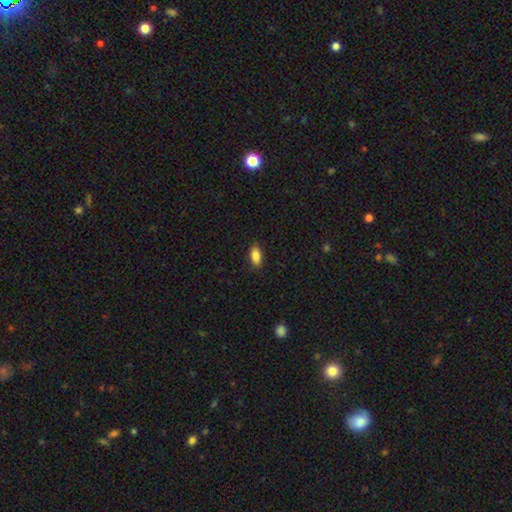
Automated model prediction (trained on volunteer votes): smooth_or_featured: smooth (p=0.87) [alt: star or artifact p=0.08]
how_rounded: in between (p=0.89) [alt: cigar-shaped p=0.07]
merging: none (p=0.87) [alt: minor disturbance p=0.10]